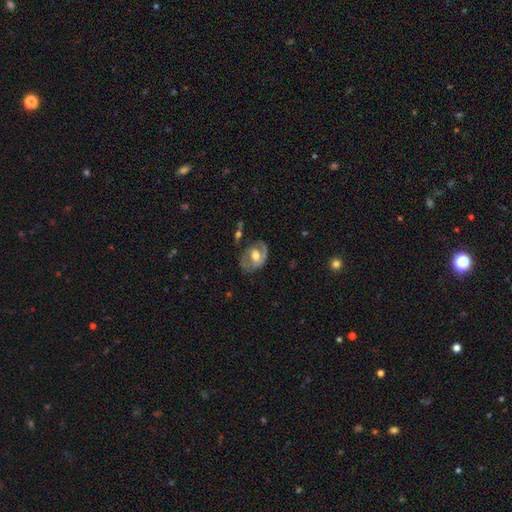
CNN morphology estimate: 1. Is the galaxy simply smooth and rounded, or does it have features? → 73% featured or disk, 21% smooth, 5% star or artifact.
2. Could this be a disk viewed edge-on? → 96% no, 4% yes.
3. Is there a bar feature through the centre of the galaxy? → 49% no, 38% weak, 13% strong.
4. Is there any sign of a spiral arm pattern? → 75% yes, 25% no.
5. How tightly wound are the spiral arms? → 44% medium, 39% tight, 17% loose.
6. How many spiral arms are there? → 69% 2, 18% 1, 10% can't tell, 1% 3, 1% 4, 1% more than 4.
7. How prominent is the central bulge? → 66% moderate, 22% large, 9% small, 1% none, 1% dominant.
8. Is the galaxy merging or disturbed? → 67% none, 20% minor disturbance, 10% major disturbance, 3% merger.